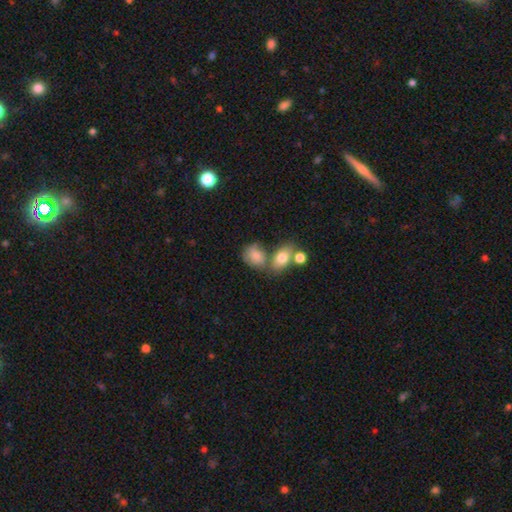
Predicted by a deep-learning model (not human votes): Smooth or featured?
  - smooth: 75% *
  - featured or disk: 15%
  - star or artifact: 9%
How rounded?
  - in between: 63% *
  - round: 35%
  - cigar-shaped: 2%
Merging?
  - none: 37% *
  - merger: 36%
  - minor disturbance: 18%
  - major disturbance: 9%